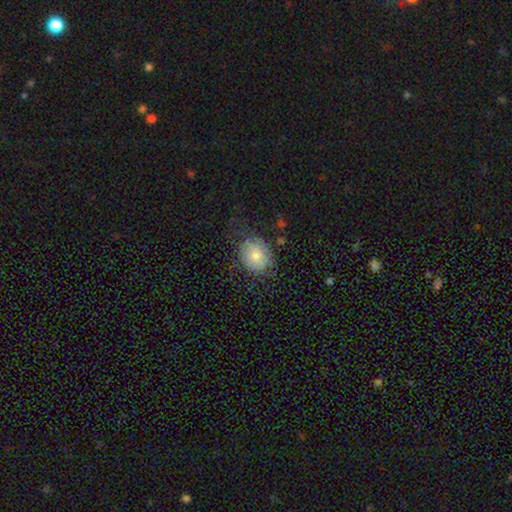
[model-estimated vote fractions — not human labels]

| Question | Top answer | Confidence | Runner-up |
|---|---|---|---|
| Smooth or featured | smooth | 68% | featured or disk (24%) |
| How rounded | round | 58% | in between (41%) |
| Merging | none | 59% | minor disturbance (25%) |